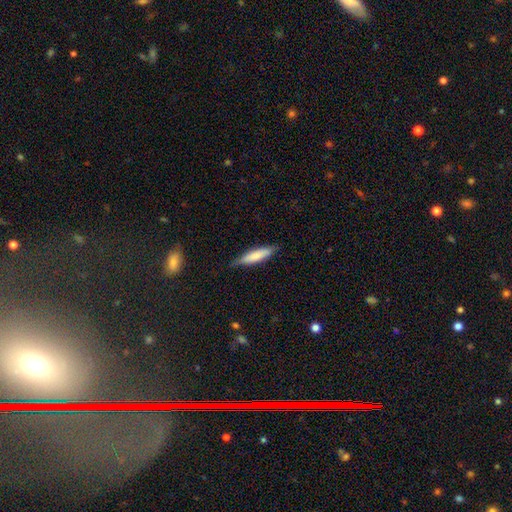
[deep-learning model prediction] This appears to be a smooth galaxy with no disk features (74%) that is cigar-shaped (77%). Merging: none (79%).